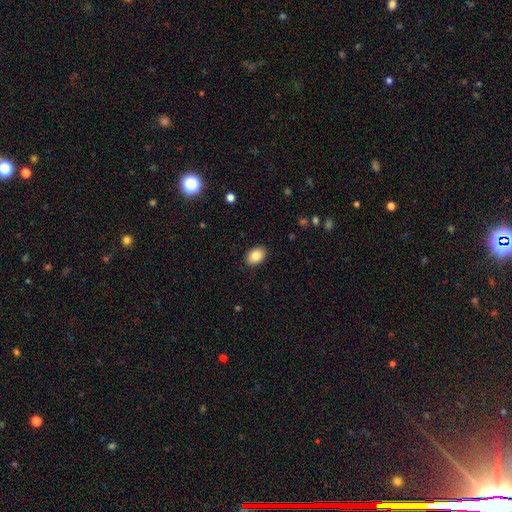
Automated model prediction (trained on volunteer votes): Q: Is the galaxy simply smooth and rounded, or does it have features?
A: smooth — 86%.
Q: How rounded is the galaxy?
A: in between — 82%.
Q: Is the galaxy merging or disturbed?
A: none — 89%.